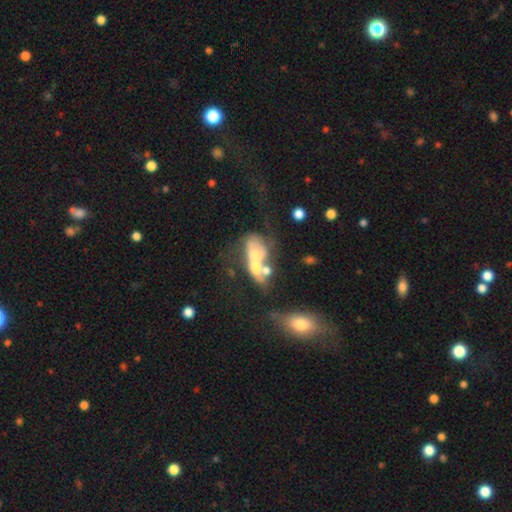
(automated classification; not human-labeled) Smooth or featured? featured or disk (51%)
Edge-on disk? no (90%)
Merging? merger (62%)